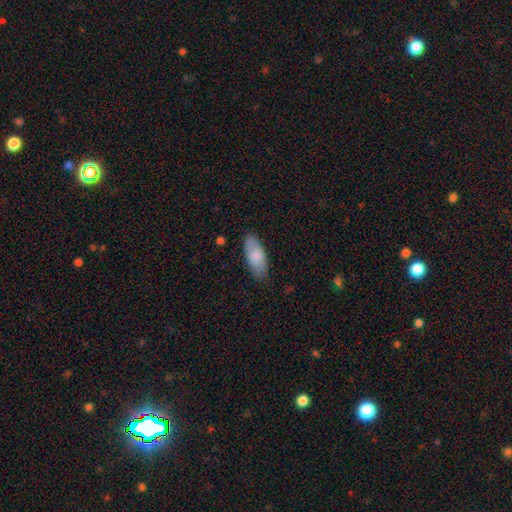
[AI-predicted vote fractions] The model was most divided on "merging": none: 80%, minor disturbance: 16%, major disturbance: 3%, merger: 1%. More confident: how rounded — in between (85%); smooth or featured — smooth (81%).